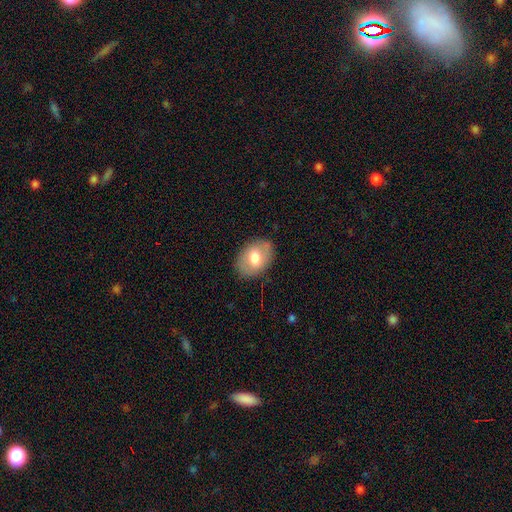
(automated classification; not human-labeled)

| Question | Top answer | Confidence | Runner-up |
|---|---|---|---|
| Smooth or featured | smooth | 69% | featured or disk (24%) |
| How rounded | in between | 78% | round (21%) |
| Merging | none | 84% | minor disturbance (12%) |